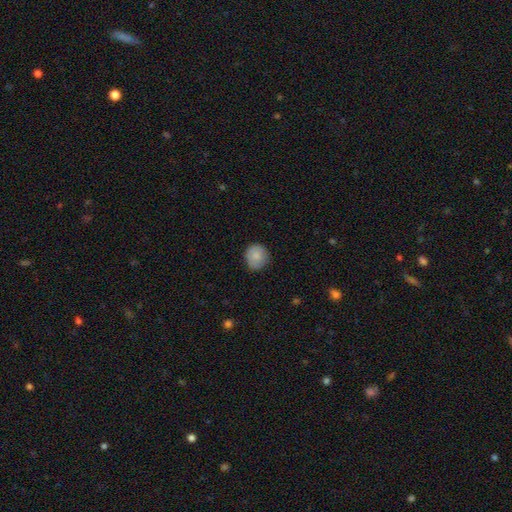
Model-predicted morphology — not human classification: smooth-or-featured: smooth: 83% | featured or disk: 10% | star or artifact: 7%
  how-rounded: round: 86% | in between: 13% | cigar-shaped: 1%
  merging: none: 82% | minor disturbance: 14% | major disturbance: 3% | merger: 1%